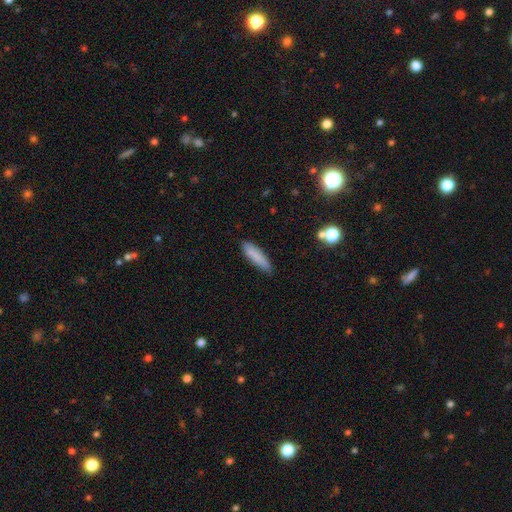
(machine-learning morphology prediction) A smooth galaxy with no disk features (82%) that is cigar-shaped (70%).

Vote fractions:
- Smooth or featured? smooth: 82% / featured or disk: 10% / star or artifact: 7%
- How rounded? cigar-shaped: 70% / in between: 28% / round: 2%
- Merging? none: 81% / minor disturbance: 15% / major disturbance: 3% / merger: 2%